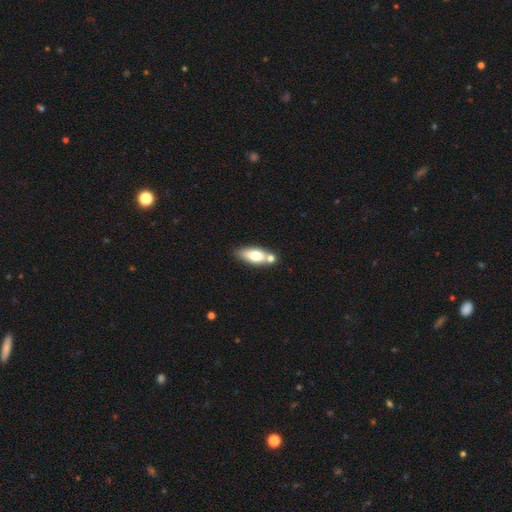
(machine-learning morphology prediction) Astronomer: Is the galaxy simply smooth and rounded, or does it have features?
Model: smooth — 68%.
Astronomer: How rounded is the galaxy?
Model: in between — 77%.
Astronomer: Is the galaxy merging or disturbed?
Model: none — 57%.